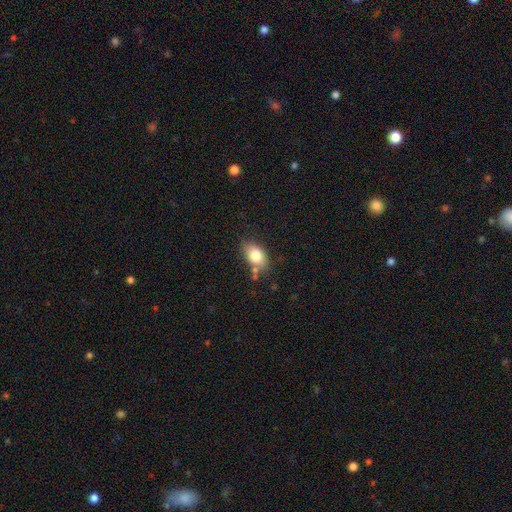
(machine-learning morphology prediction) smooth-or-featured: smooth: 79% | featured or disk: 13% | star or artifact: 8%
  how-rounded: in between: 87% | round: 11% | cigar-shaped: 2%
  merging: none: 67% | minor disturbance: 20% | merger: 9% | major disturbance: 5%